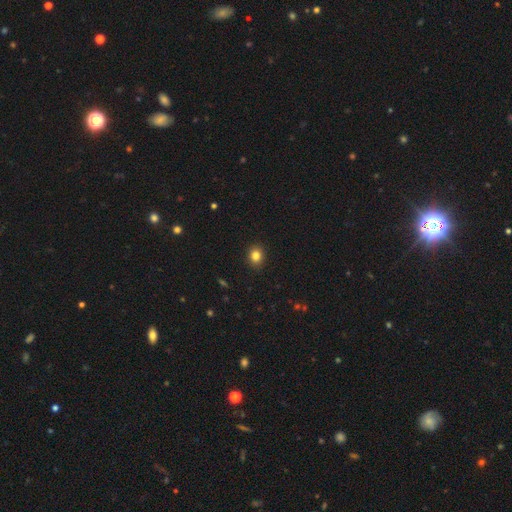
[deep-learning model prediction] smooth 84%, star or artifact 11%, featured or disk 5%. Down the decision tree: how rounded — round (68%); merging — none (90%).